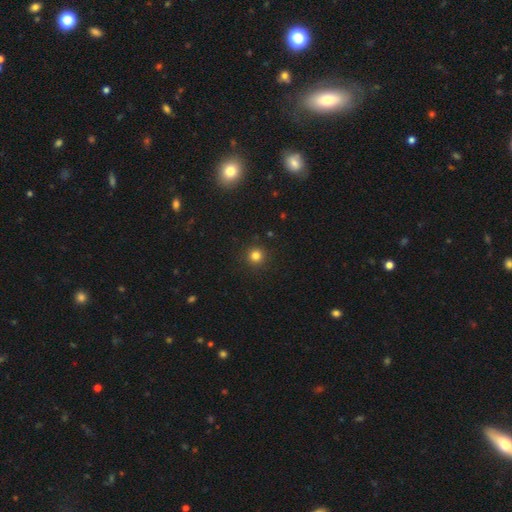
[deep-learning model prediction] This is clearly a smooth galaxy (81%). How rounded: clearly round (95%). Merging: clearly none (92%).